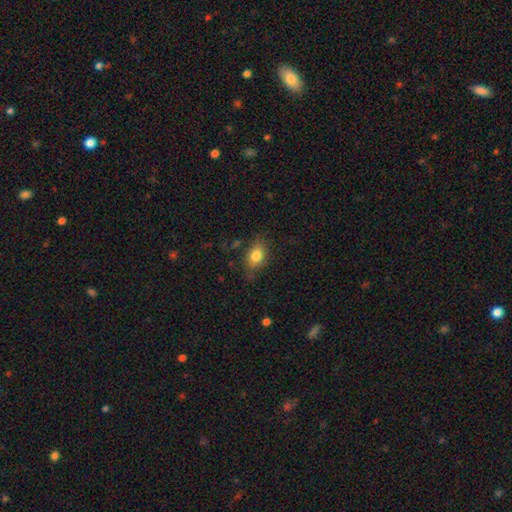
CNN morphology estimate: Overall: smooth (80%). How rounded: in between (79%). Merging: none (71%).